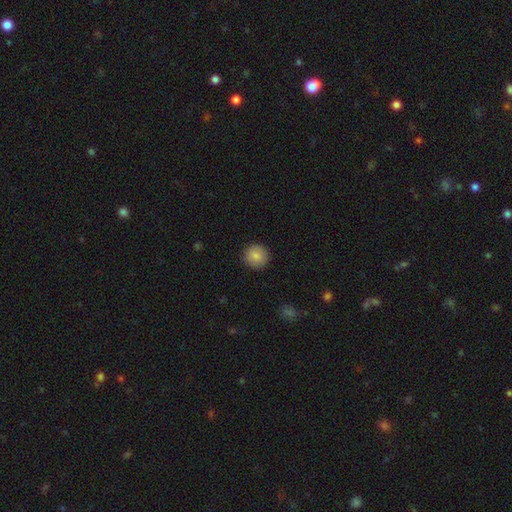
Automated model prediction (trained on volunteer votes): The model was most divided on "smooth or featured": smooth: 87%, star or artifact: 8%, featured or disk: 5%. More confident: how rounded — round (94%); merging — none (91%).